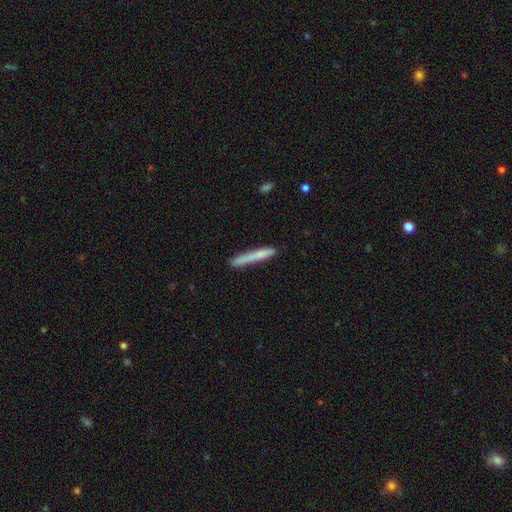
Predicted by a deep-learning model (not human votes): A smooth galaxy with no disk features (71%) that is cigar-shaped (96%).

Vote fractions:
- Smooth or featured? smooth: 71% / featured or disk: 23% / star or artifact: 6%
- How rounded? cigar-shaped: 96% / in between: 2% / round: 1%
- Merging? none: 81% / minor disturbance: 14% / major disturbance: 3% / merger: 2%